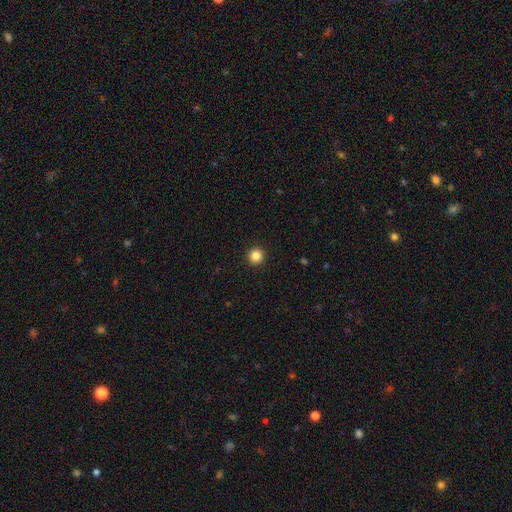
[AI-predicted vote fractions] Q: Smooth or featured?
A: smooth (85%); runner-up: star or artifact (11%)
Q: How rounded?
A: round (95%); runner-up: in between (4%)
Q: Merging?
A: none (94%); runner-up: minor disturbance (4%)